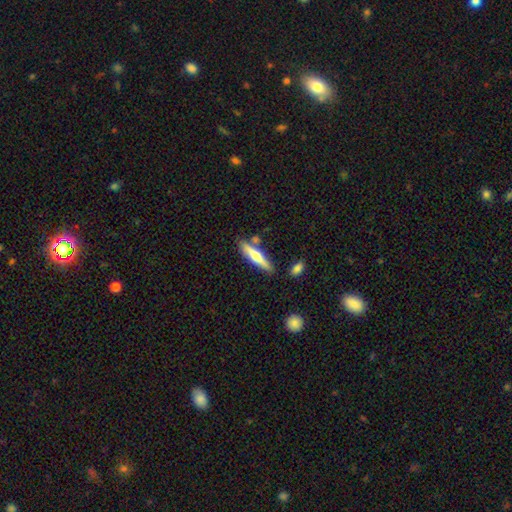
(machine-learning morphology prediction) This is possibly a featured or disk galaxy (54%). It is clearly viewed edge-on (94%). Edge-on bulge: clearly rounded (92%). Merging: likely none (79%).